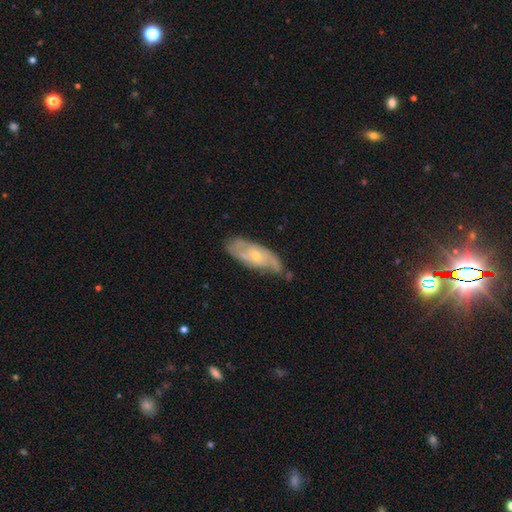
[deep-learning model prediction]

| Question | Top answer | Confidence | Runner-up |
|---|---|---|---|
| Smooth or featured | featured or disk | 68% | smooth (26%) |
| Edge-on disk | no | 86% | yes (14%) |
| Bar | no | 68% | weak (27%) |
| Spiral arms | yes | 79% | no (21%) |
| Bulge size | small | 56% | moderate (40%) |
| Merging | none | 62% | minor disturbance (27%) |